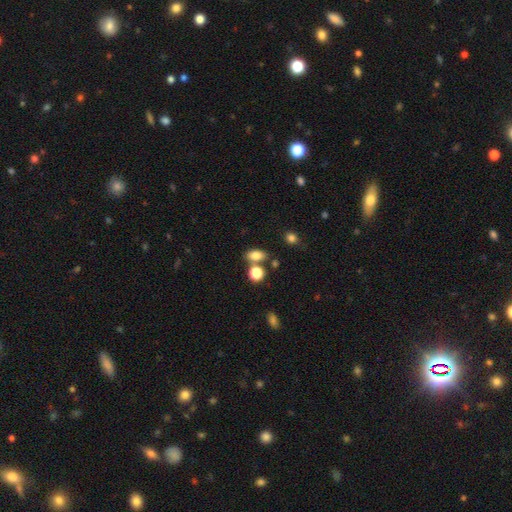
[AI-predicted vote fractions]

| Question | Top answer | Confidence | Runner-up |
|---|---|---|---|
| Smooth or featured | smooth | 79% | star or artifact (12%) |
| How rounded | in between | 81% | round (15%) |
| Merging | none | 67% | merger (17%) |